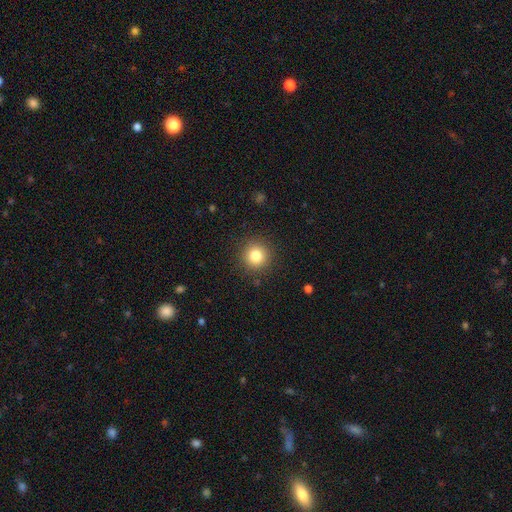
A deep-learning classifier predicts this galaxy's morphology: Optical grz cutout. It shows a smooth galaxy with no disk features (82%) that is round (95%). Merging: none (91%).